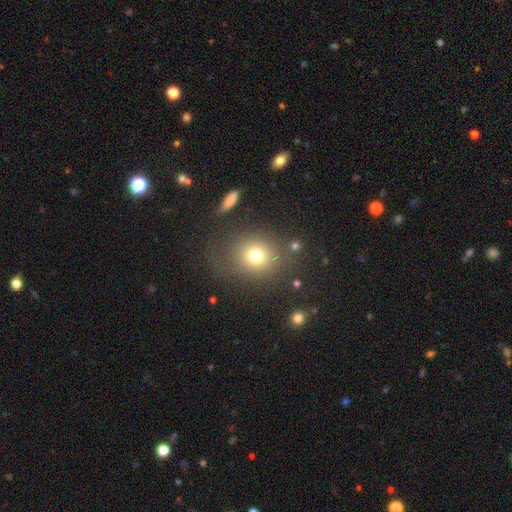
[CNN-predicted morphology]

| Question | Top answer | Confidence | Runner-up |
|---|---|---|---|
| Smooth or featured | smooth | 73% | star or artifact (15%) |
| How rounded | round | 71% | in between (27%) |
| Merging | none | 72% | minor disturbance (14%) |